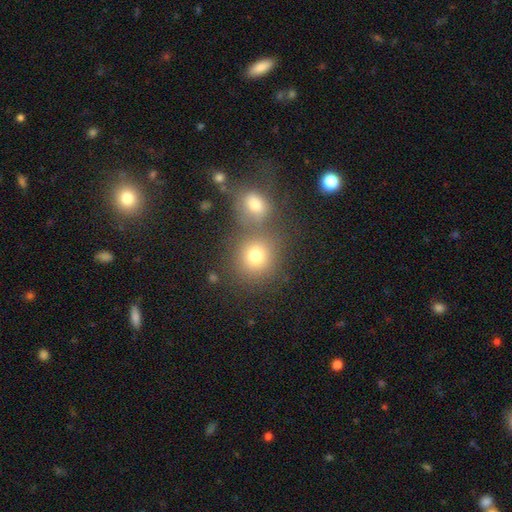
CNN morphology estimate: This is likely a smooth galaxy (77%). How rounded: clearly round (83%). Merging: possibly none (57%).